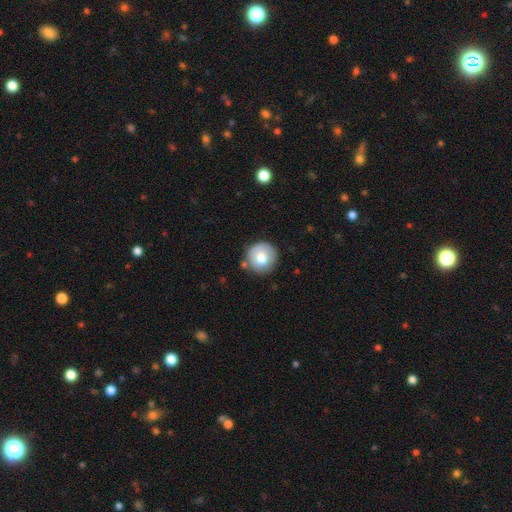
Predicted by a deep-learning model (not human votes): Smooth or featured? Predicted: smooth (p=0.73). How rounded? Predicted: round (p=0.94). Merging? Predicted: none (p=0.77).